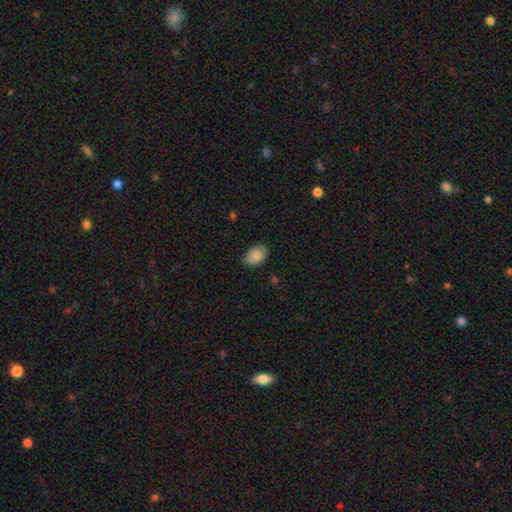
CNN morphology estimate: A smooth galaxy with no disk features (87%) that is in between round and cigar-shaped (86%). Merging: none (80%).